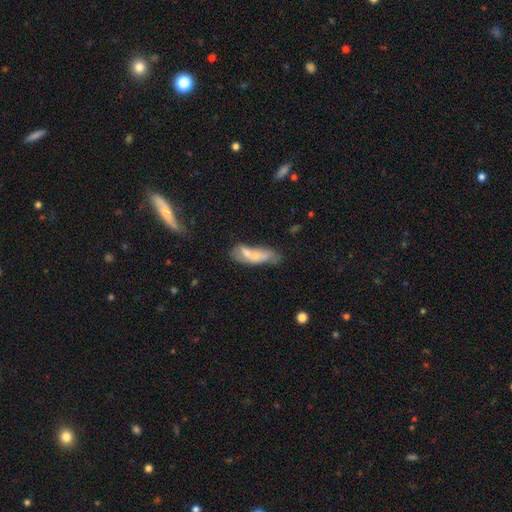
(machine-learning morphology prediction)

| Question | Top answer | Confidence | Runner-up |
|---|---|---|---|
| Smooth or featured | smooth | 52% | featured or disk (40%) |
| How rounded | in between | 56% | cigar-shaped (41%) |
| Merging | merger | 36% | none (35%) |